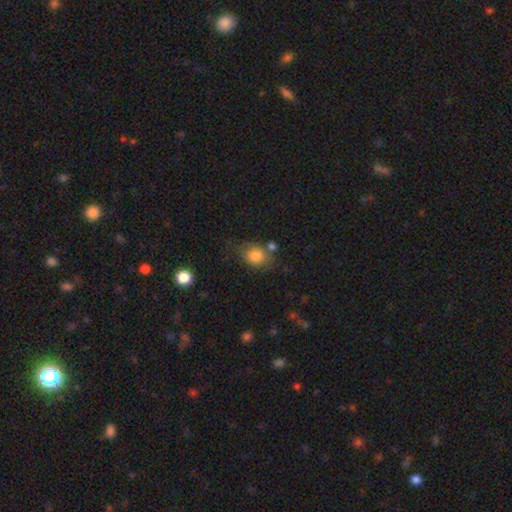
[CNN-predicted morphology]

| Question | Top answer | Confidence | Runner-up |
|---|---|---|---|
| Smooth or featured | smooth | 81% | featured or disk (10%) |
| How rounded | in between | 57% | round (42%) |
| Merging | none | 59% | minor disturbance (22%) |